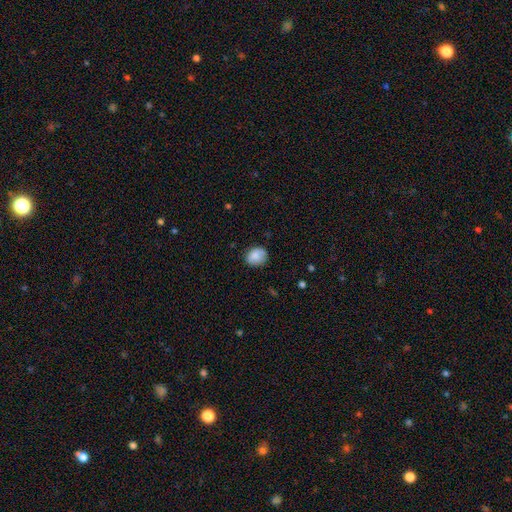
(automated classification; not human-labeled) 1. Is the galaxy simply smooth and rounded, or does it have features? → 82% smooth, 10% featured or disk, 8% star or artifact.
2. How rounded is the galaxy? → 59% round, 40% in between, 1% cigar-shaped.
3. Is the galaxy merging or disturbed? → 74% none, 20% minor disturbance, 4% major disturbance, 2% merger.